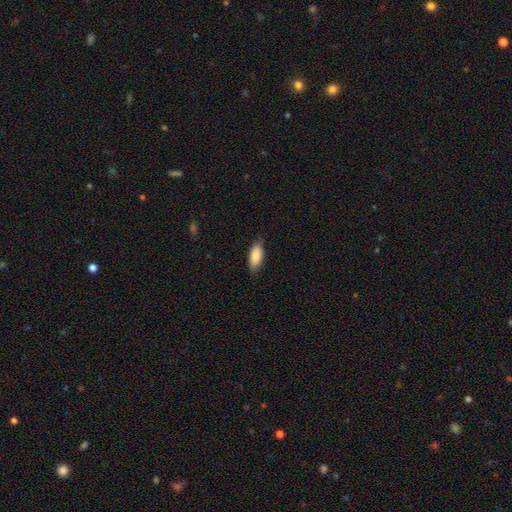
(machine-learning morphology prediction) Overall: smooth (83%). How rounded: in between (80%). Merging: none (80%).